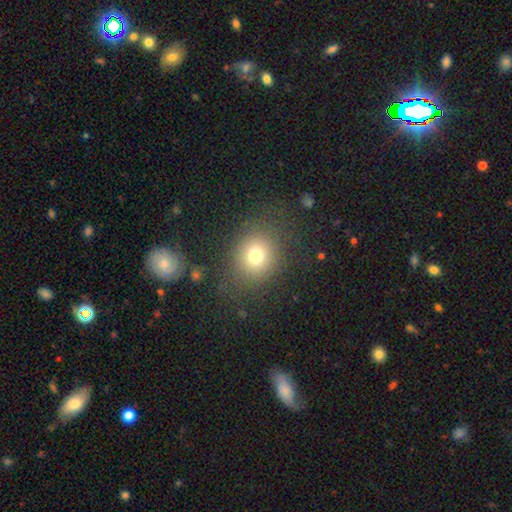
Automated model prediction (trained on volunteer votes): Overall: smooth (74%). How rounded: round (71%). Merging: none (78%).